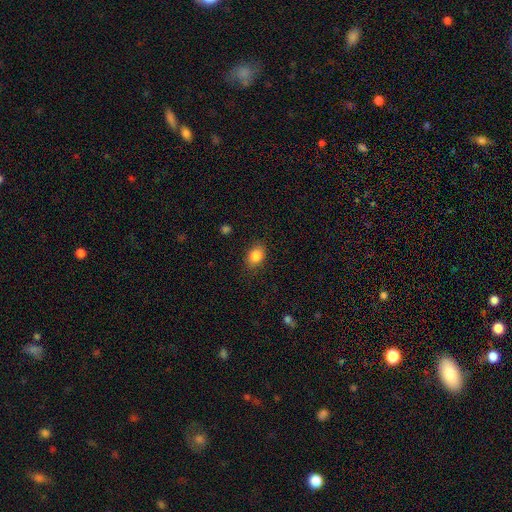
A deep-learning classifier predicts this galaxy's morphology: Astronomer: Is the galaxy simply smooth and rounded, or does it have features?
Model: smooth — 86%.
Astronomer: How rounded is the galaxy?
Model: in between — 69%.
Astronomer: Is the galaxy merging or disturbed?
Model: none — 84%.